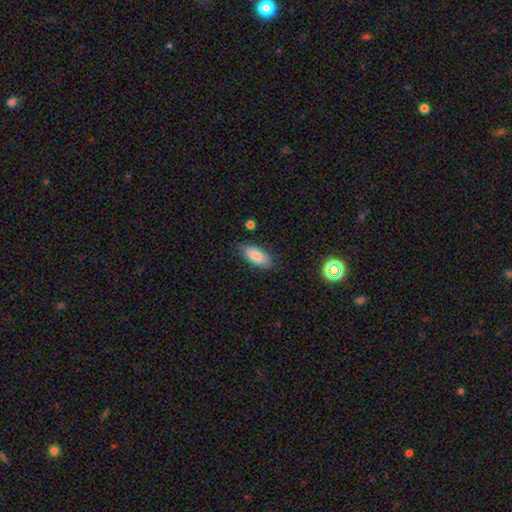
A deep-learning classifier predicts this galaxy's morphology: type=smooth (84%); roundness=in between (85%); merging=none (80%).